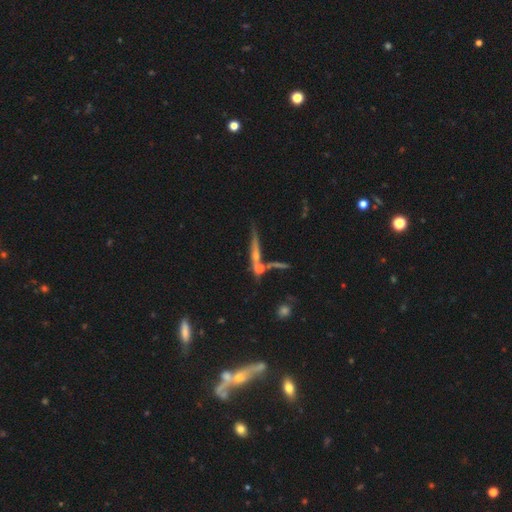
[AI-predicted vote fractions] Smooth or featured?
  - featured or disk: 56% *
  - smooth: 32%
  - star or artifact: 13%
Edge-on disk?
  - yes: 88% *
  - no: 12%
Merging?
  - none: 57% *
  - merger: 23%
  - minor disturbance: 14%
  - major disturbance: 6%